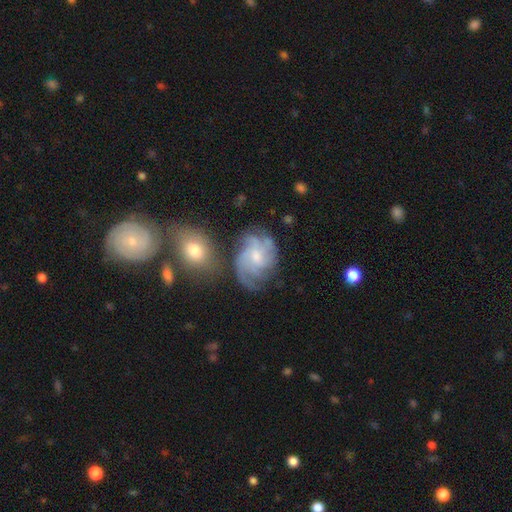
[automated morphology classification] This appears to be a featured or disk galaxy (78%) with no bar (60%), medium (42%) spiral arms (93%) and a small central bulge (48%). Merging: none (60%).